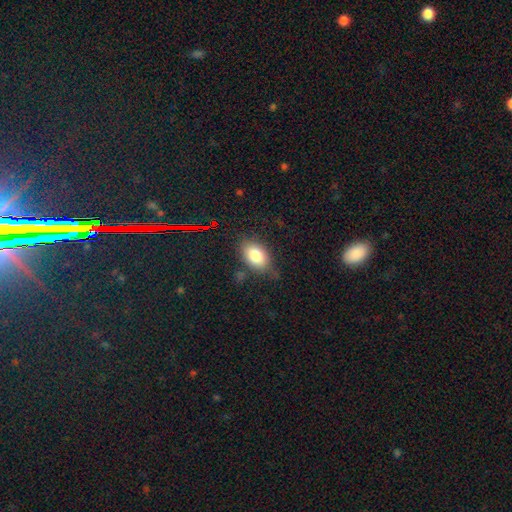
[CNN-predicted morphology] The model was most divided on "merging": none: 71%, minor disturbance: 21%, major disturbance: 6%, merger: 3%. More confident: how rounded — in between (87%); smooth or featured — smooth (80%).